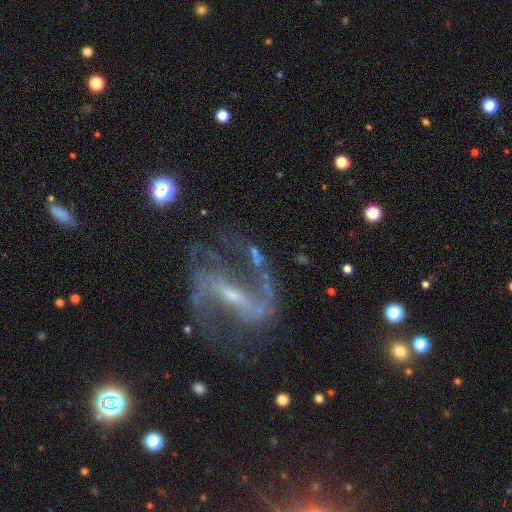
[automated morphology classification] Smooth or featured? Predicted: featured or disk (p=0.89). Edge-on disk? Predicted: no (p=0.96). Bar? Predicted: strong (p=0.54). Spiral arms? Predicted: yes (p=0.96). Spiral winding? Predicted: loose (p=0.49). Spiral arm count? Predicted: 2 (p=0.85). Bulge size? Predicted: small (p=0.66). Merging? Predicted: none (p=0.60).